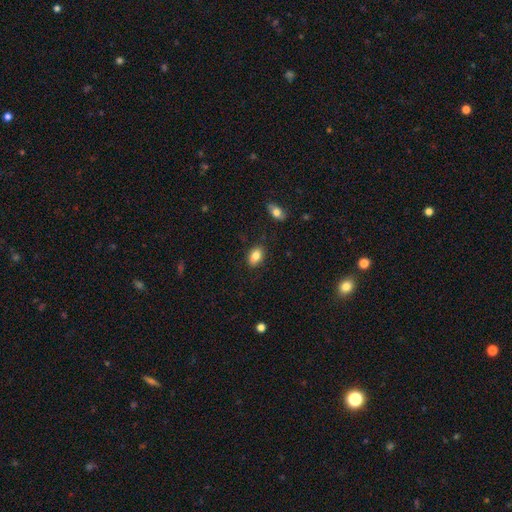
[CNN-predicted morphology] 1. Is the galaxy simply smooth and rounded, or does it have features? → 83% smooth, 9% featured or disk, 8% star or artifact.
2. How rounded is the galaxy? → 88% in between, 10% round, 2% cigar-shaped.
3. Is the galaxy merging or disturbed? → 85% none, 11% minor disturbance, 2% major disturbance, 2% merger.